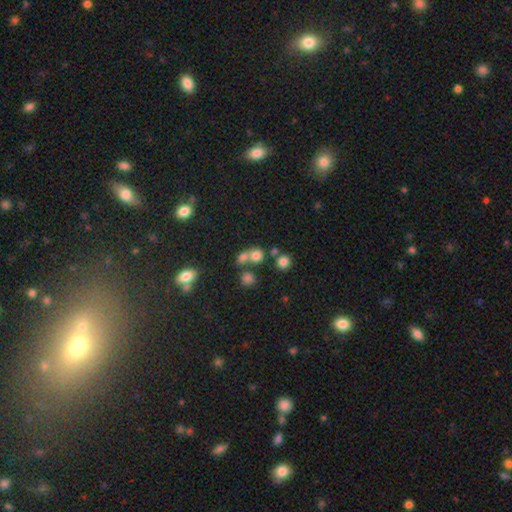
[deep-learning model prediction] smooth-or-featured: smooth: 72% | star or artifact: 18% | featured or disk: 10%
  how-rounded: round: 81% | in between: 18% | cigar-shaped: 1%
  merging: none: 47% | merger: 41% | minor disturbance: 8% | major disturbance: 4%